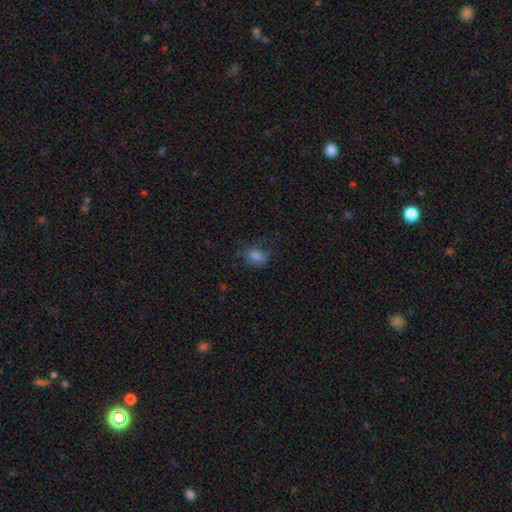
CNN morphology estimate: Smooth or featured?
  - smooth: 72% *
  - star or artifact: 14%
  - featured or disk: 13%
How rounded?
  - round: 50% *
  - in between: 49%
  - cigar-shaped: 1%
Merging?
  - none: 52% *
  - minor disturbance: 26%
  - major disturbance: 20%
  - merger: 2%